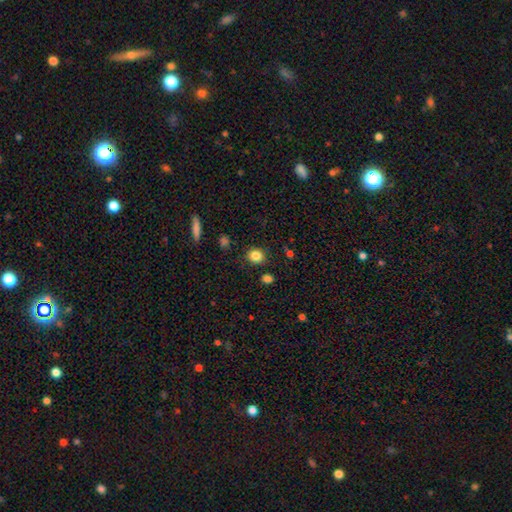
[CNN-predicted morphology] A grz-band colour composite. It shows a smooth galaxy with no disk features (84%) that is round (77%). Merging: none (87%).